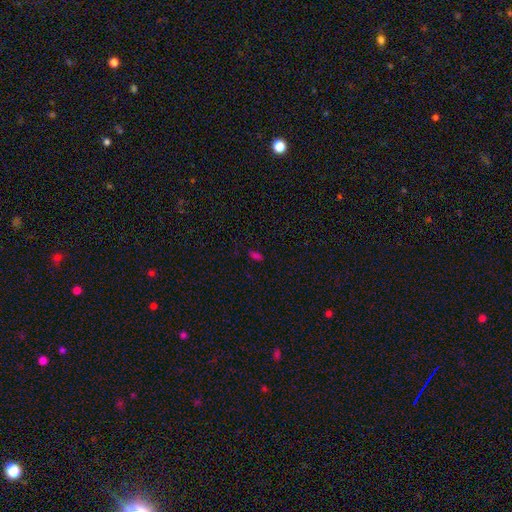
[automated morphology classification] A smooth galaxy with no disk features (69%) that is in between round and cigar-shaped (82%). Merging: none (81%).